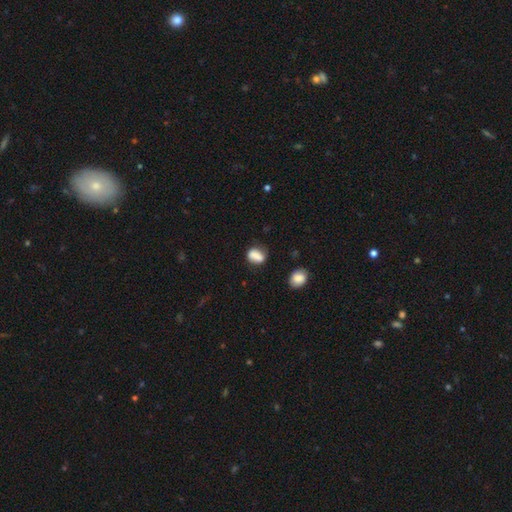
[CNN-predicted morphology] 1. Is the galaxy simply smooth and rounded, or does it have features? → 80% smooth, 11% featured or disk, 9% star or artifact.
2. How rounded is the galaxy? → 66% in between, 29% round, 5% cigar-shaped.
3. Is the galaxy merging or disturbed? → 63% none, 22% minor disturbance, 8% merger, 7% major disturbance.